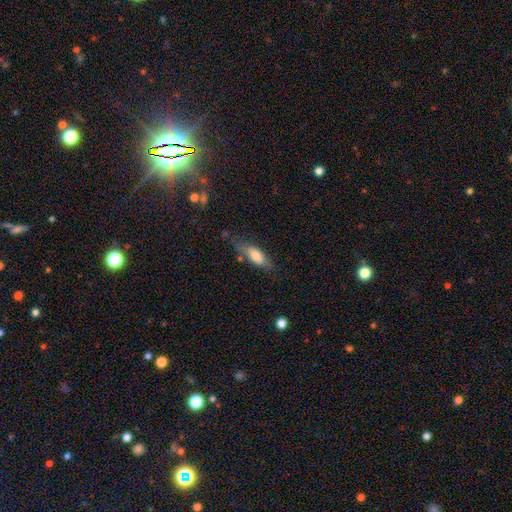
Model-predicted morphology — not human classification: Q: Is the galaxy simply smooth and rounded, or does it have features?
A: smooth — 66%.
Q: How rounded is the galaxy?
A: in between — 65%.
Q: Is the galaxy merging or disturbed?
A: none — 59%.